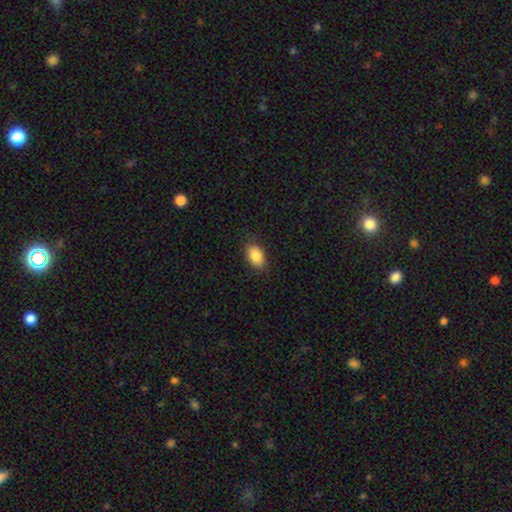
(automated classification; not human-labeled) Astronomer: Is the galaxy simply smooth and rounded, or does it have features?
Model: smooth — 88%.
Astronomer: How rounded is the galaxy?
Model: in between — 90%.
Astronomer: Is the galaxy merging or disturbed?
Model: none — 85%.